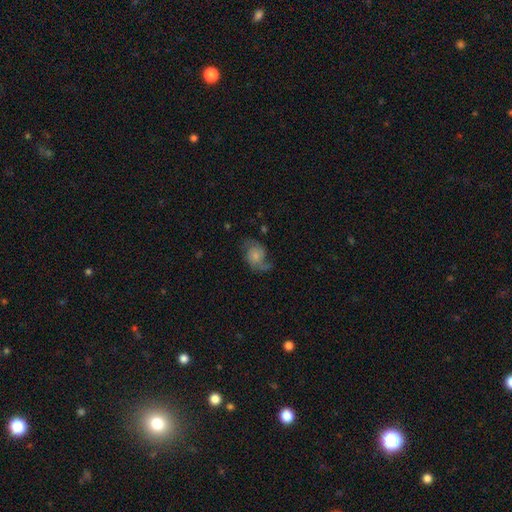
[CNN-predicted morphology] smooth-or-featured: featured or disk: 62% | smooth: 29% | star or artifact: 9%
  disk-edge-on: no: 97% | yes: 3%
    bar: no: 73% | weak: 24% | strong: 3%
    has-spiral-arms: yes: 90% | no: 10%
      spiral-winding: loose: 51% | medium: 37% | tight: 11%
      spiral-arm-count: 2: 83% | 1: 7% | can't tell: 6% | 3: 2% | 4: 1% | more than 4: 1%
    bulge-size: small: 45% | moderate: 26% | none: 18% | large: 8% | dominant: 3%
  merging: none: 56% | minor disturbance: 24% | major disturbance: 18% | merger: 2%